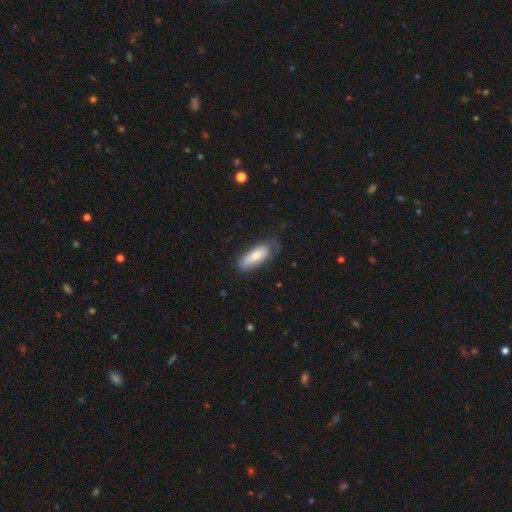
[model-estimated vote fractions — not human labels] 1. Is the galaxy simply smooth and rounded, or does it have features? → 69% smooth, 25% featured or disk, 6% star or artifact.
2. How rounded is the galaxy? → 66% in between, 32% cigar-shaped, 2% round.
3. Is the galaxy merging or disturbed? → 57% none, 30% minor disturbance, 11% major disturbance, 2% merger.